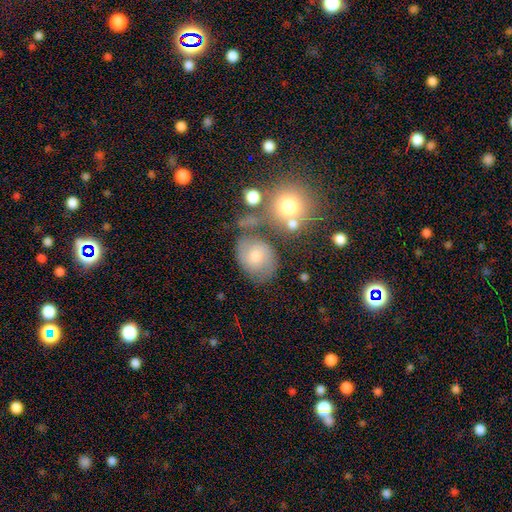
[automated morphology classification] A smooth galaxy with no disk features (48%).

Vote fractions:
- Smooth or featured? smooth: 48% / featured or disk: 43% / star or artifact: 10%
- Merging? none: 60% / minor disturbance: 19% / merger: 13% / major disturbance: 8%